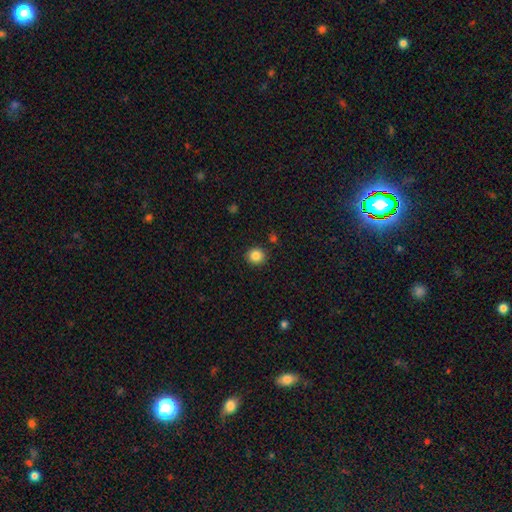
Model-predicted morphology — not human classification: Overall: smooth (86%). How rounded: round (89%). Merging: none (90%).